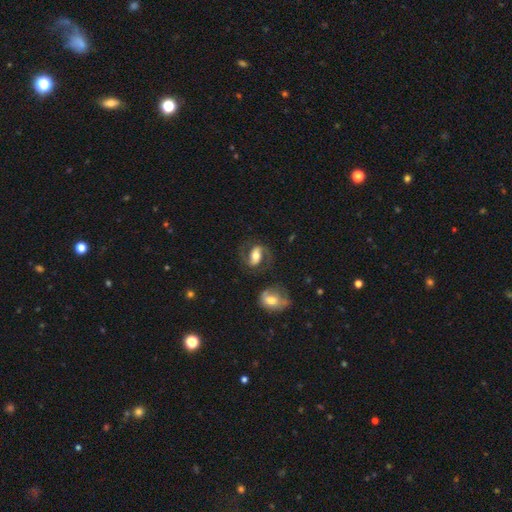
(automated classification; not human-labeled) Overall: featured or disk (76%). Edge-on disk: no (96%). Bar: strong (43%; weak 31%). Spiral arms: yes (92%). Spiral arm count: 2 (91%). Spiral winding: medium (52%; loose 31%). Bulge size: moderate (62%). Merging: none (68%).